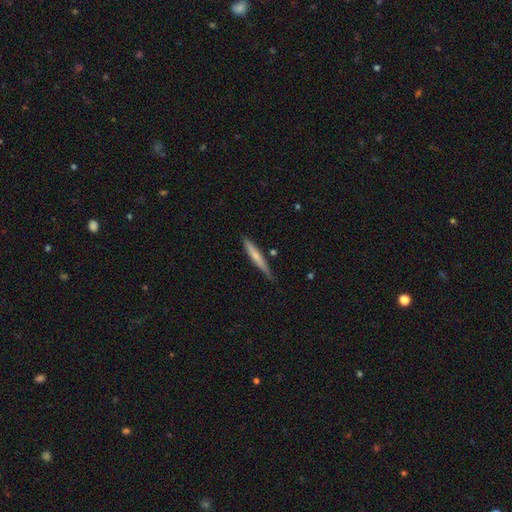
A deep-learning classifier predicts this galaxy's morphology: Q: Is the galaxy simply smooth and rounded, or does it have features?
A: smooth — 58%.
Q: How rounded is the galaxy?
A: cigar-shaped — 94%.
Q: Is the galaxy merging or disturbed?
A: none — 78%.